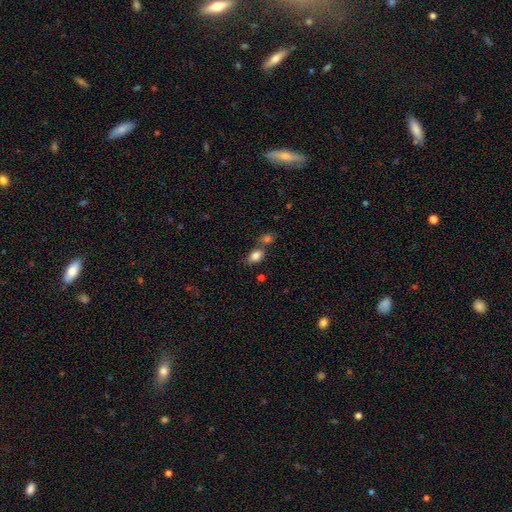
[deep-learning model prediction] A smooth galaxy with no disk features (83%) that is in between round and cigar-shaped (79%). Merging: none (49%).